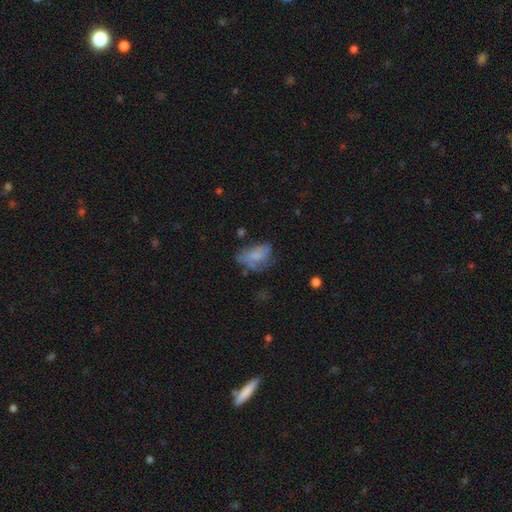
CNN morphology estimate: Smooth or featured? smooth (52%)
How rounded? in between (87%)
Merging? none (36%)